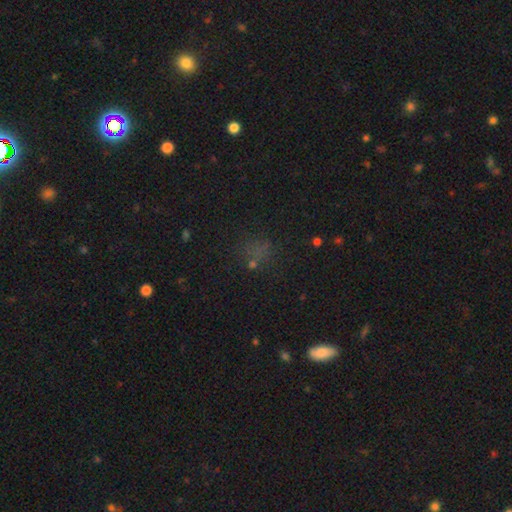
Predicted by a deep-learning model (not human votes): smooth-or-featured: smooth: 44% | star or artifact: 43% | featured or disk: 13%
  merging: none: 62% | minor disturbance: 16% | major disturbance: 14% | merger: 8%